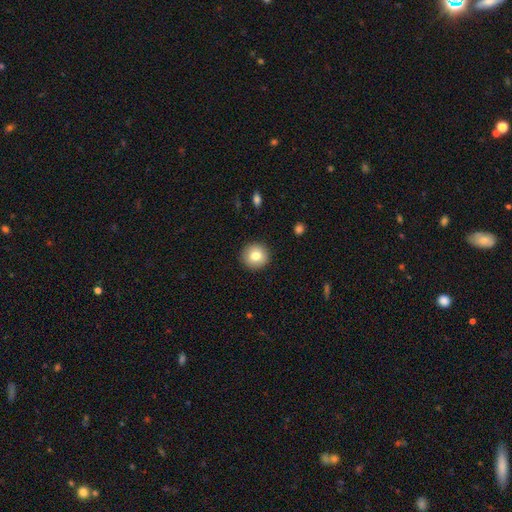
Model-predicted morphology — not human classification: Overall: smooth (80%). How rounded: round (92%). Merging: none (91%).